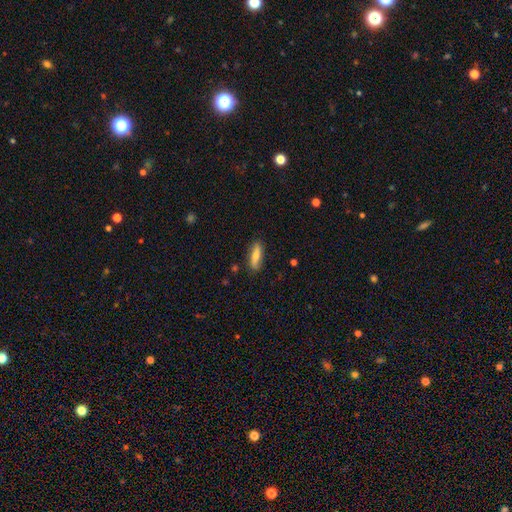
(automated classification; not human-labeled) A smooth galaxy with no disk features (63%) that is cigar-shaped (53%).

Vote fractions:
- Smooth or featured? smooth: 63% / featured or disk: 30% / star or artifact: 7%
- How rounded? cigar-shaped: 53% / in between: 44% / round: 3%
- Merging? none: 84% / minor disturbance: 12% / major disturbance: 2% / merger: 1%